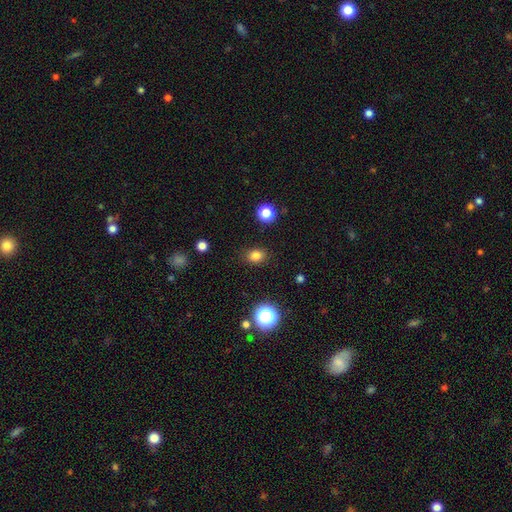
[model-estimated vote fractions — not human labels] A smooth galaxy with no disk features (81%) that is in between round and cigar-shaped (56%). Merging: none (87%).